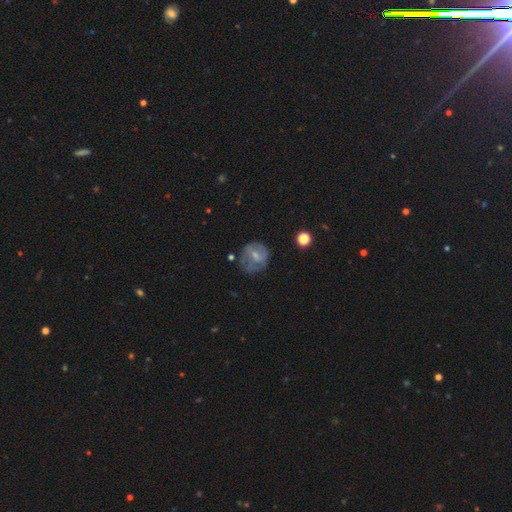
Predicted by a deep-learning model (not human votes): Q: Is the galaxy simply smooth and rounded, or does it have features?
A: featured or disk — 51%.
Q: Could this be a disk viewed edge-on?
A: no — 97%.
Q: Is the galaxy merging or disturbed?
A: none — 52%.